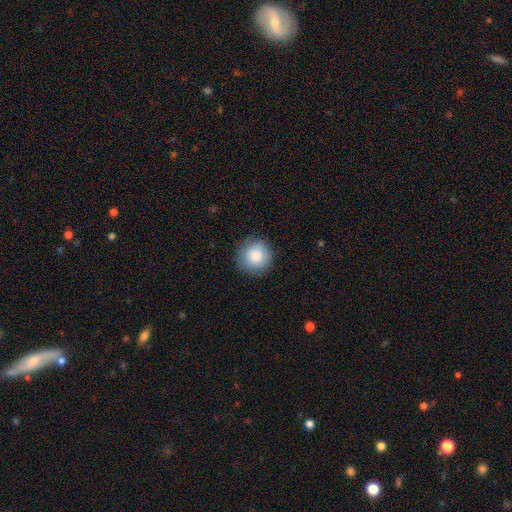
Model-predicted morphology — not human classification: Smooth or featured? smooth (86%)
How rounded? round (93%)
Merging? none (86%)